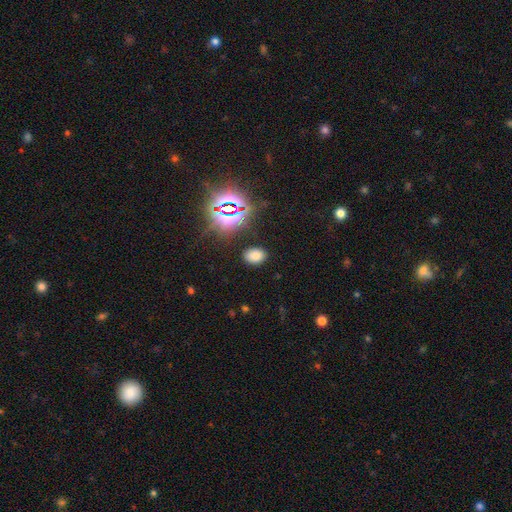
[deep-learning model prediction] Q: Smooth or featured?
A: smooth (70%); runner-up: star or artifact (23%)
Q: How rounded?
A: in between (77%); runner-up: round (22%)
Q: Merging?
A: none (86%); runner-up: minor disturbance (9%)